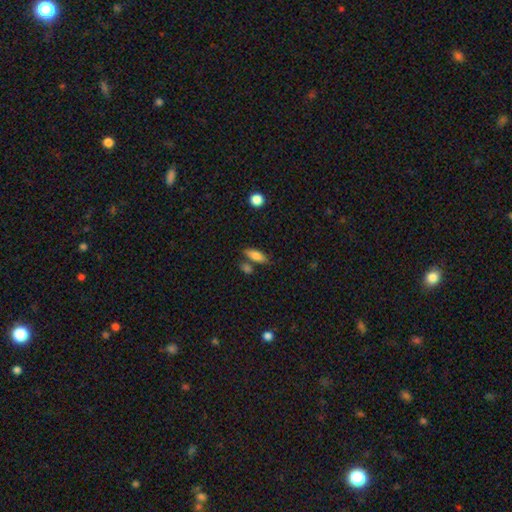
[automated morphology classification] Smooth or featured? Predicted: smooth (p=0.79). How rounded? Predicted: in between (p=0.67). Merging? Predicted: none (p=0.68).